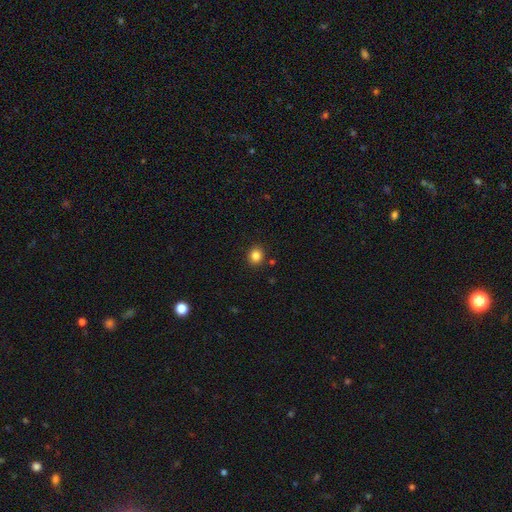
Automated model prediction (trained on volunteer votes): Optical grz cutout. It shows a smooth galaxy with no disk features (84%) that is round (78%). Merging: none (89%).